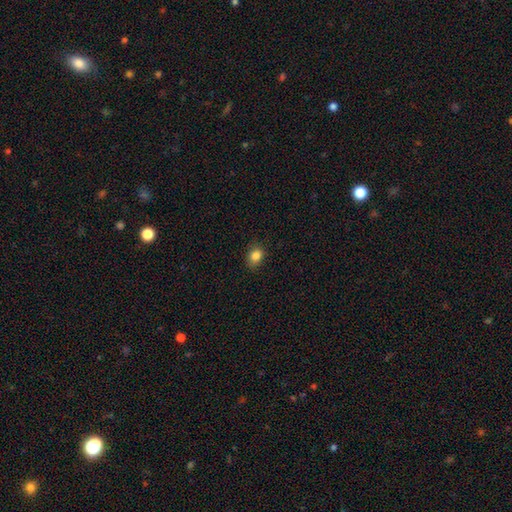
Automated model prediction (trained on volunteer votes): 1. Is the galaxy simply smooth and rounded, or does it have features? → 84% smooth, 11% star or artifact, 5% featured or disk.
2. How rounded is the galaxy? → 58% in between, 41% round, 1% cigar-shaped.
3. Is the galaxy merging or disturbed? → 81% none, 15% minor disturbance, 3% major disturbance, 1% merger.